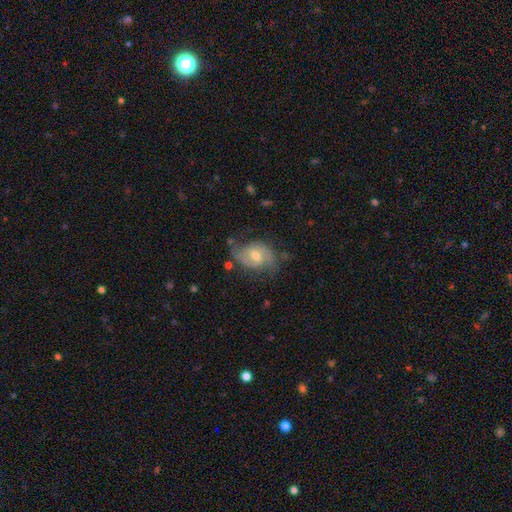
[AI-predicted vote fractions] smooth-or-featured: featured or disk: 68% | smooth: 25% | star or artifact: 7%
  disk-edge-on: no: 97% | yes: 3%
    bar: no: 50% | weak: 42% | strong: 9%
    has-spiral-arms: yes: 87% | no: 13%
      spiral-winding: medium: 44% | loose: 35% | tight: 21%
      spiral-arm-count: 2: 83% | can't tell: 9% | 1: 4% | 3: 2% | 4: 1% | more than 4: 1%
    bulge-size: moderate: 60% | small: 34% | large: 3% | none: 2% | dominant: 1%
  merging: none: 58% | minor disturbance: 26% | major disturbance: 13% | merger: 3%